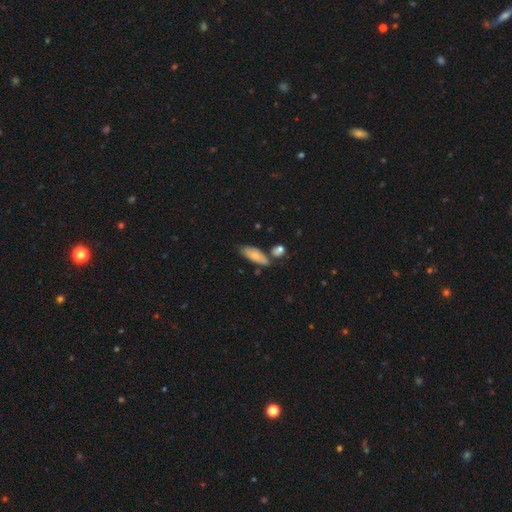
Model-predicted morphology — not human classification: This appears to be a smooth galaxy with no disk features (72%) that is in between round and cigar-shaped (73%). Merging: none (61%).